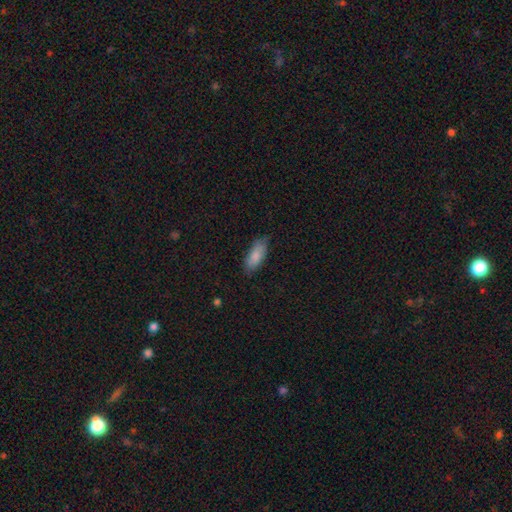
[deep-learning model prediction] Smooth or featured? smooth (84%)
How rounded? in between (80%)
Merging? none (72%)